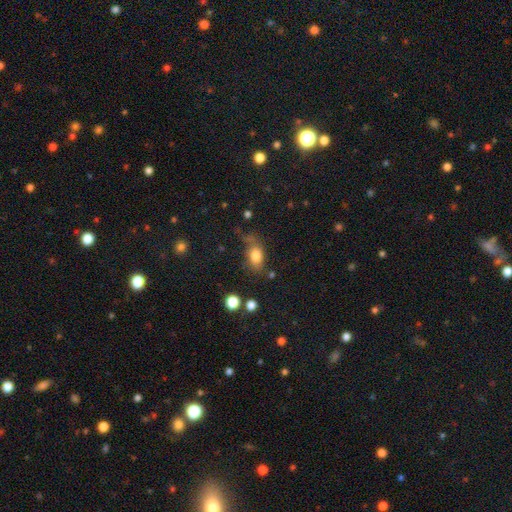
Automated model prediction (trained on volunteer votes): smooth 79%, featured or disk 11%, star or artifact 10%. Down the decision tree: how rounded — in between (81%); merging — none (60%).